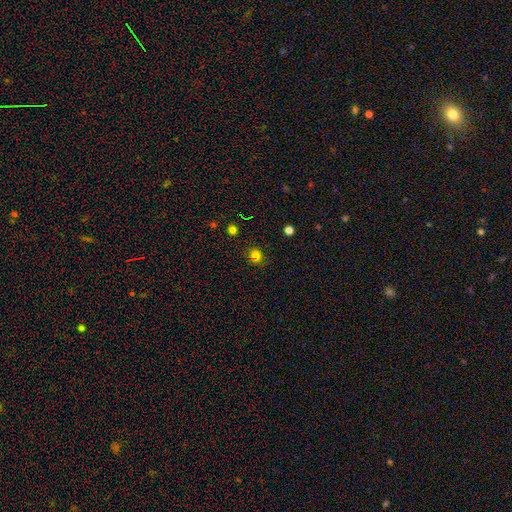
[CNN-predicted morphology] smooth-or-featured: smooth: 79% | star or artifact: 16% | featured or disk: 6%
  how-rounded: round: 81% | in between: 18% | cigar-shaped: 1%
  merging: none: 85% | minor disturbance: 11% | major disturbance: 3% | merger: 1%